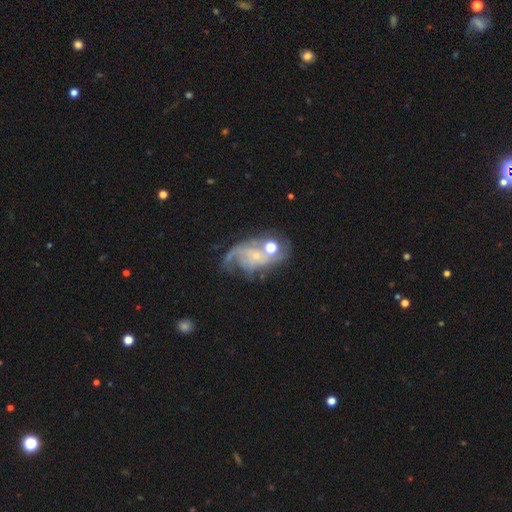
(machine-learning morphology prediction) This appears to be a featured or disk galaxy (76%) with no bar (69%), 2 (45%) loose (41%) spiral arms (90%) and a small central bulge (72%). Merging: none (36%).